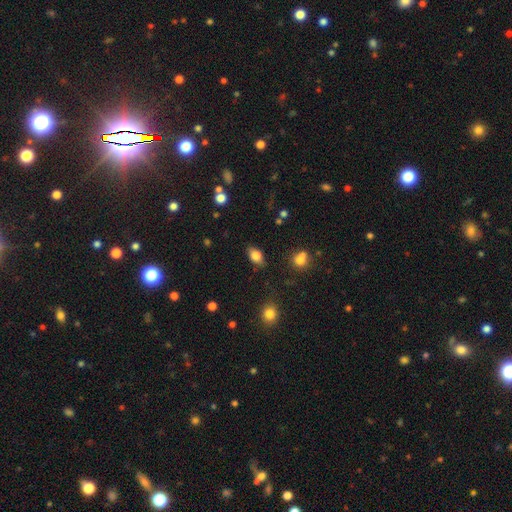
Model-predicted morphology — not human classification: The model was most divided on "merging": none: 81%, minor disturbance: 13%, major disturbance: 3%, merger: 3%. More confident: how rounded — in between (87%); smooth or featured — smooth (80%).